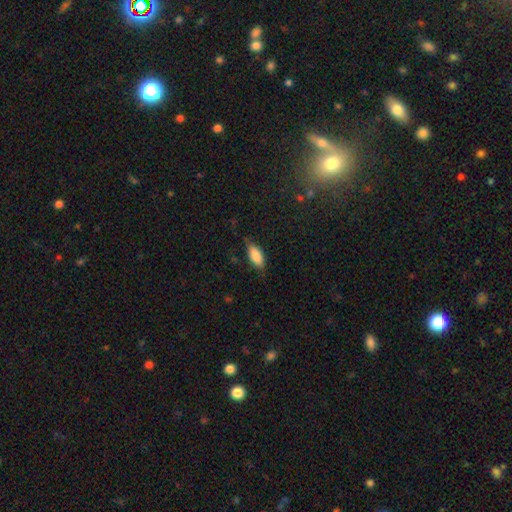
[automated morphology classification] A smooth galaxy with no disk features (83%) that is in between round and cigar-shaped (85%). Merging: none (74%).